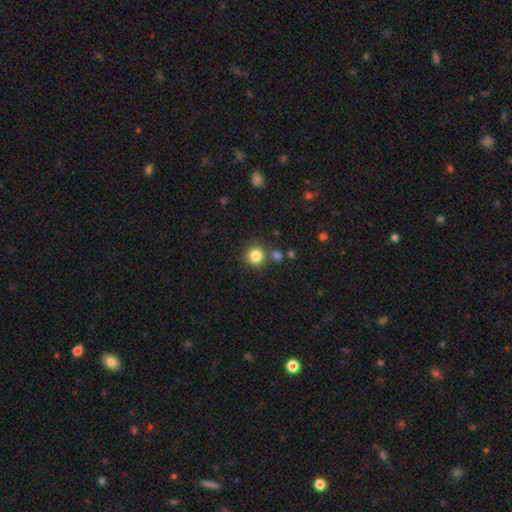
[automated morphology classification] This appears to be a smooth galaxy with no disk features (84%) that is round (93%). Merging: none (80%).